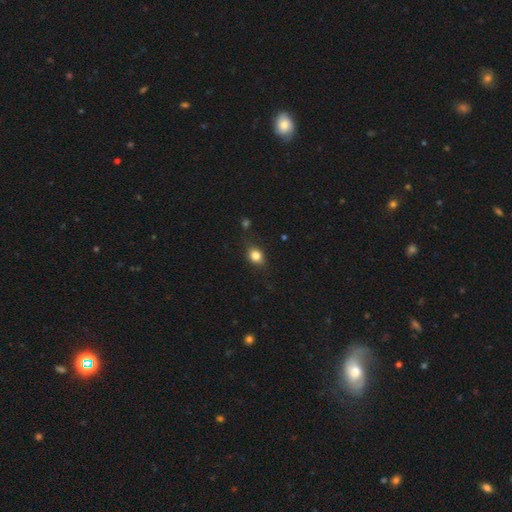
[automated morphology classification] smooth_or_featured: smooth (p=0.80) [alt: star or artifact p=0.10]
how_rounded: round (p=0.50) [alt: in between p=0.48]
merging: none (p=0.75) [alt: minor disturbance p=0.18]